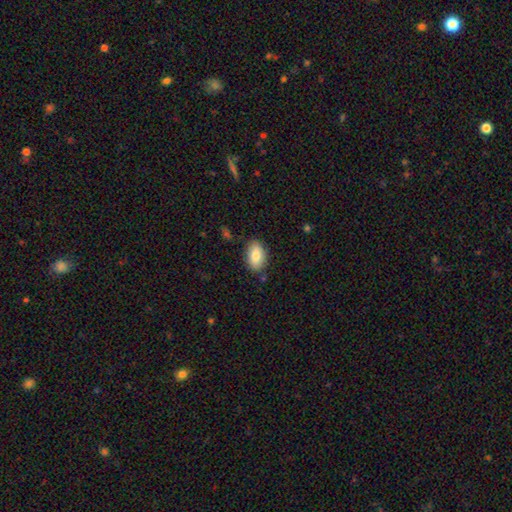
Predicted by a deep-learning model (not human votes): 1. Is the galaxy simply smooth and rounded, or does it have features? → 82% smooth, 11% featured or disk, 7% star or artifact.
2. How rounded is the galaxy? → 91% in between, 6% round, 2% cigar-shaped.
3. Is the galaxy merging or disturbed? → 83% none, 12% minor disturbance, 3% major disturbance, 2% merger.